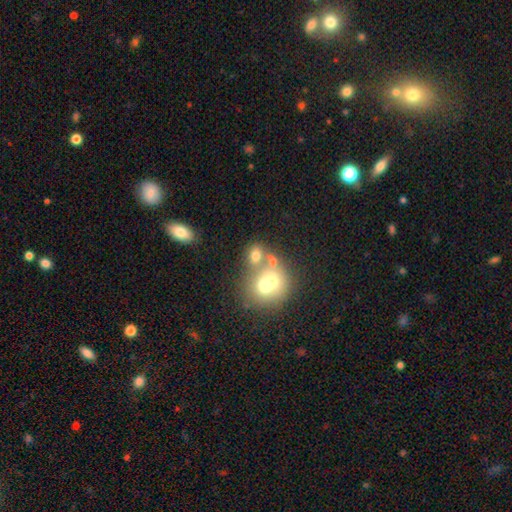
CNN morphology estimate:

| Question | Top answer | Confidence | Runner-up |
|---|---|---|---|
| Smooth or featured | smooth | 61% | featured or disk (24%) |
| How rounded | round | 60% | in between (39%) |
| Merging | merger | 51% | none (35%) |